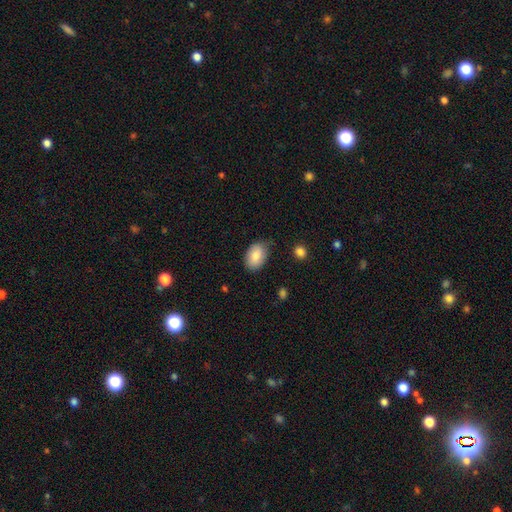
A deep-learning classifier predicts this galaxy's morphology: Smooth or featured?
  - smooth: 85% *
  - featured or disk: 8%
  - star or artifact: 7%
How rounded?
  - in between: 86% *
  - round: 13%
  - cigar-shaped: 1%
Merging?
  - none: 75% *
  - minor disturbance: 20%
  - major disturbance: 4%
  - merger: 2%